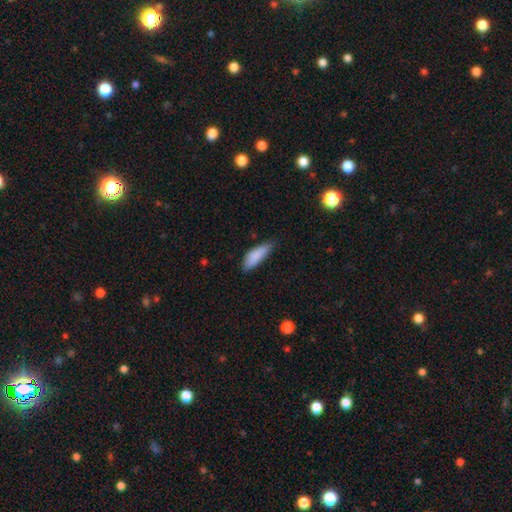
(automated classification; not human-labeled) Q: Smooth or featured?
A: smooth (86%); runner-up: featured or disk (8%)
Q: How rounded?
A: in between (60%); runner-up: cigar-shaped (38%)
Q: Merging?
A: none (60%); runner-up: minor disturbance (33%)